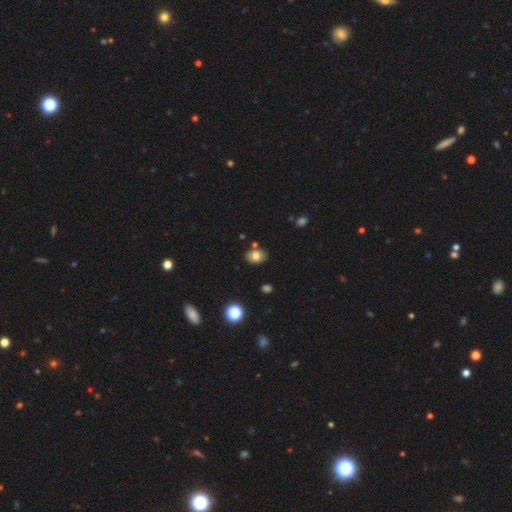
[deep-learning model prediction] Morphology: type=smooth (77%); roundness=in between (73%); merging=none (78%).